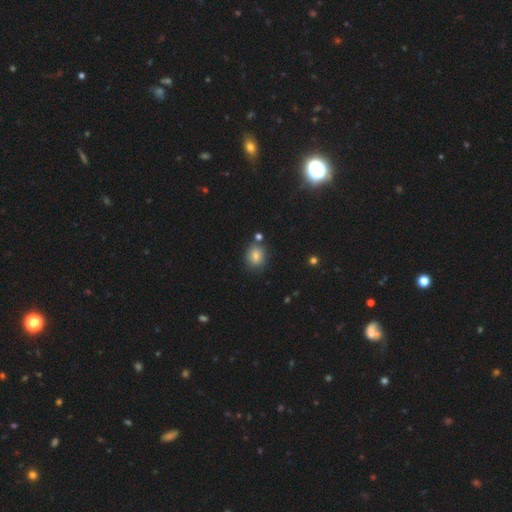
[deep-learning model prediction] smooth-or-featured: smooth: 78% | star or artifact: 11% | featured or disk: 10%
  how-rounded: round: 55% | in between: 44% | cigar-shaped: 1%
  merging: none: 74% | minor disturbance: 15% | merger: 8% | major disturbance: 4%